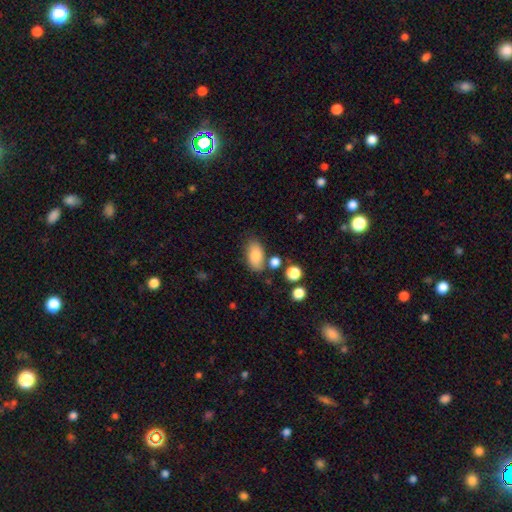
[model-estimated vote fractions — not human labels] Morphology: type=smooth (84%); roundness=in between (92%); merging=none (72%).